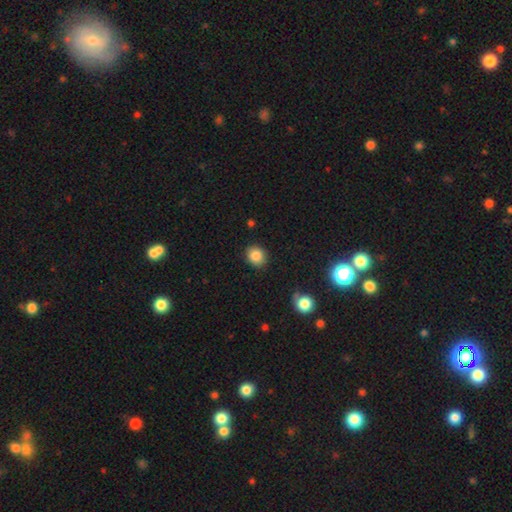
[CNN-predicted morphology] A smooth galaxy with no disk features (85%) that is round (74%). Merging: none (88%).